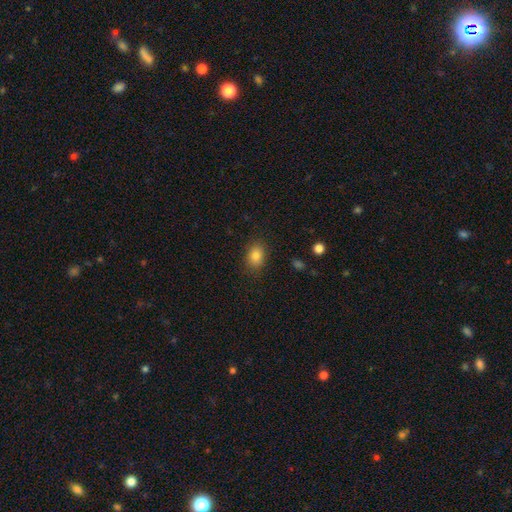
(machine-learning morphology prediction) smooth-or-featured: smooth: 84% | star or artifact: 10% | featured or disk: 6%
  how-rounded: in between: 72% | round: 26% | cigar-shaped: 1%
  merging: none: 85% | minor disturbance: 11% | major disturbance: 3% | merger: 1%